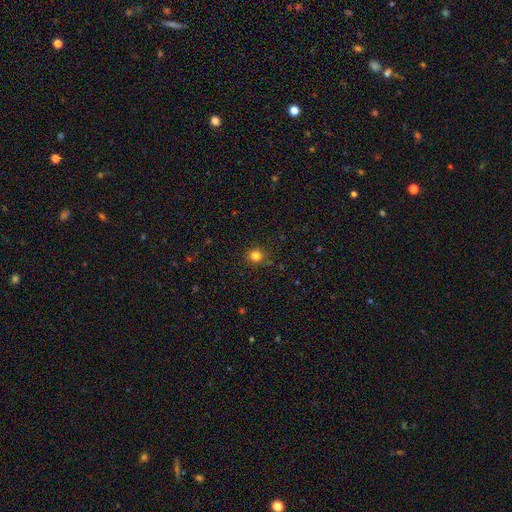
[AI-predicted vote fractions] Smooth or featured? Predicted: smooth (p=0.81). How rounded? Predicted: round (p=0.90). Merging? Predicted: none (p=0.88).